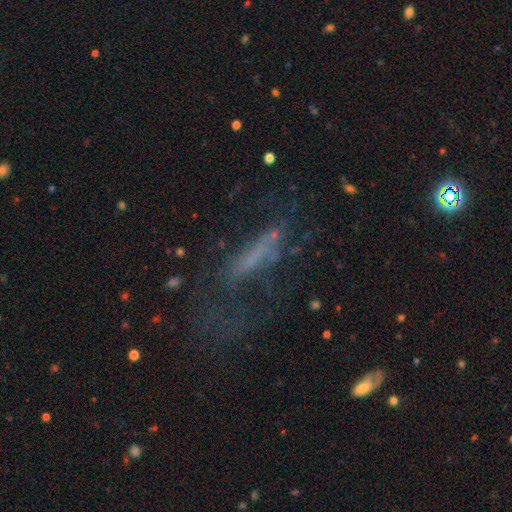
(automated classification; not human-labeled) Smooth or featured? Predicted: featured or disk (p=0.39). Merging? Predicted: none (p=0.38, tied with major disturbance).